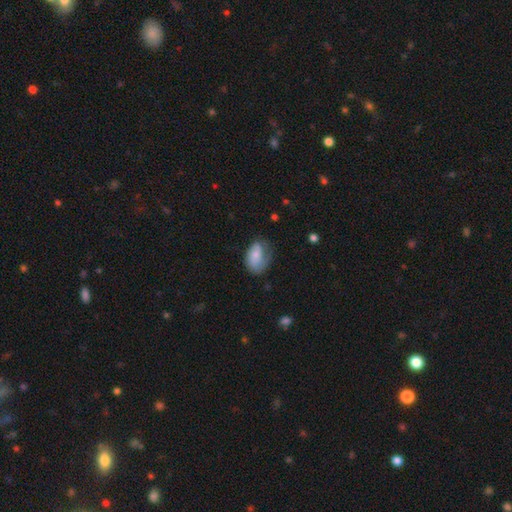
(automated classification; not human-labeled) This appears to be a smooth galaxy with no disk features (64%) that is in between round and cigar-shaped (85%). Merging: none (46%).